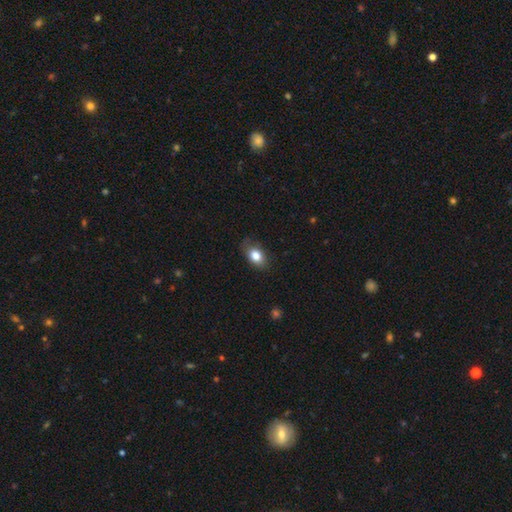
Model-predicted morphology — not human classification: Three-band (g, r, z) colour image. It shows a smooth galaxy with no disk features (82%) that is in between round and cigar-shaped (83%). Merging: none (75%).